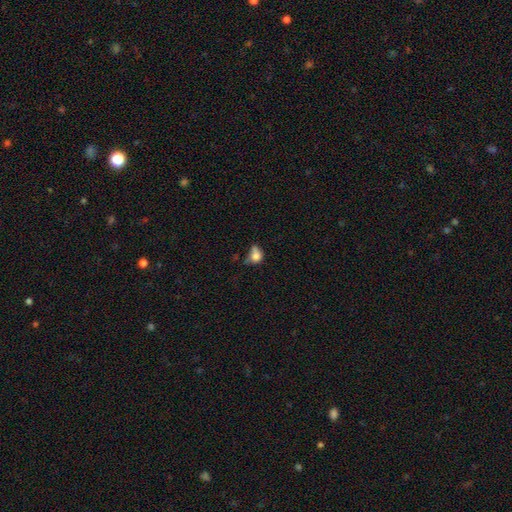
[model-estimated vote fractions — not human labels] Overall: smooth (74%). How rounded: round (51%; in between 47%). Merging: minor disturbance (31%; none 29%).